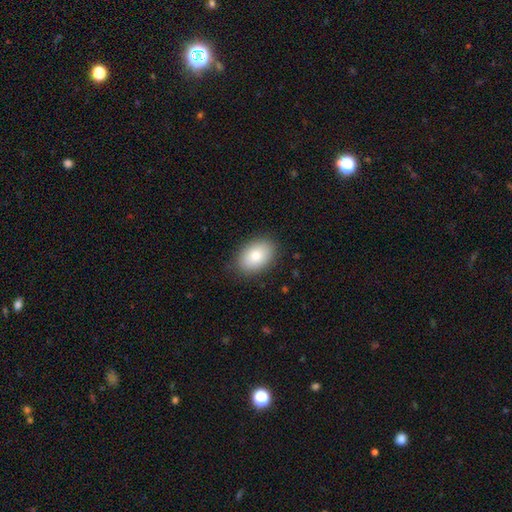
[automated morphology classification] The model was most divided on "smooth or featured": smooth: 80%, featured or disk: 12%, star or artifact: 8%. More confident: merging — none (86%); how rounded — in between (84%).